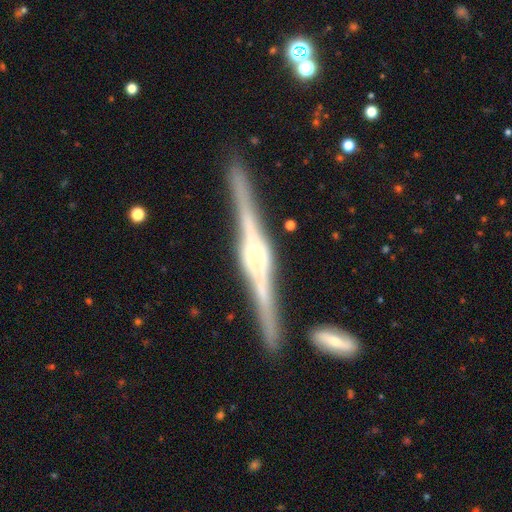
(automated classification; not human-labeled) This appears to be a featured or disk galaxy (89%) viewed edge-on (98%) with a boxy central bulge (52%). Merging: none (87%).